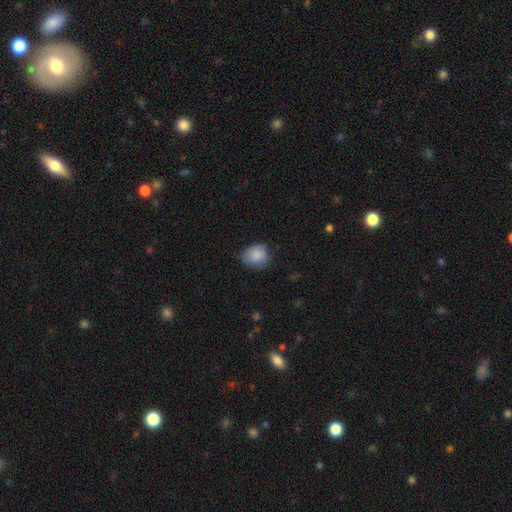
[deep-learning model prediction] This is clearly a smooth galaxy (85%). How rounded: likely round (62%). Merging: possibly none (58%).